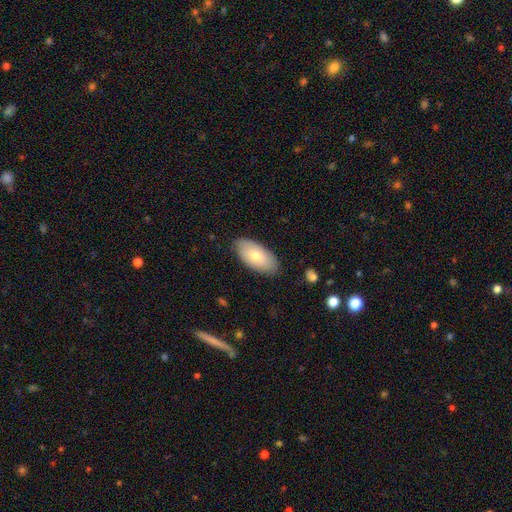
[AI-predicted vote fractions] The model was most divided on "smooth or featured": smooth: 72%, featured or disk: 22%, star or artifact: 6%. More confident: how rounded — in between (94%); merging — none (85%).